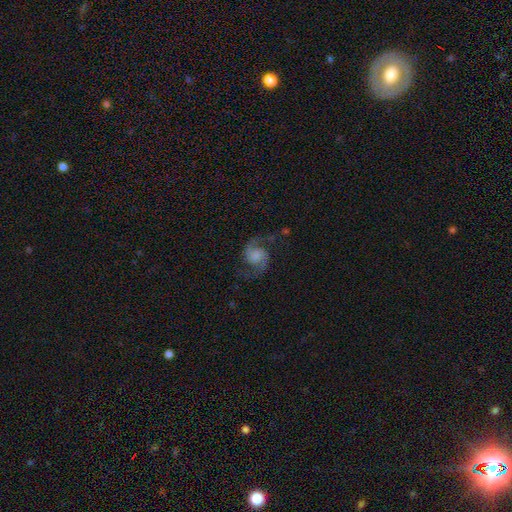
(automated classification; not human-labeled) A featured or disk galaxy (86%) with no bar (60%), 2 (94%) medium (48%) spiral arms (98%) and no central bulge (32%). Merging: none (76%).